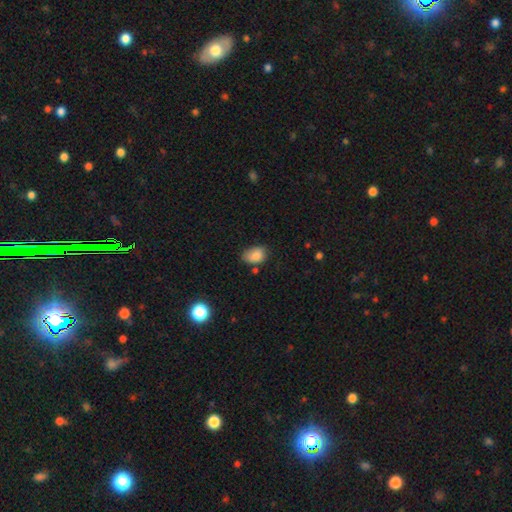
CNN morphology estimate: A smooth galaxy with no disk features (83%) that is in between round and cigar-shaped (82%). Merging: none (59%).